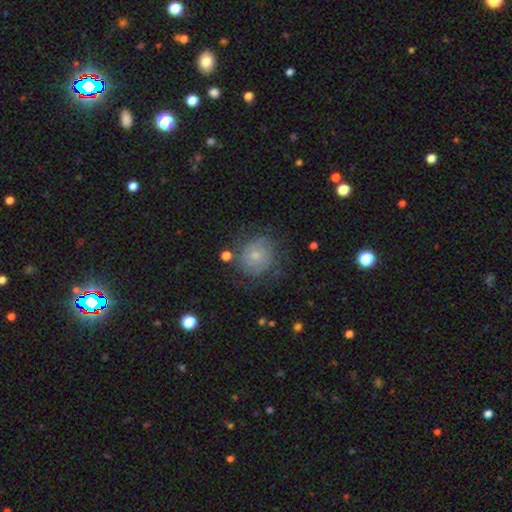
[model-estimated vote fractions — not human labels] smooth_or_featured: featured or disk (p=0.52) [alt: smooth p=0.38]
disk_edge_on: no (p=0.97) [alt: yes p=0.03]
bar: no (p=0.83) [alt: weak p=0.14]
has_spiral_arms: yes (p=0.76) [alt: no p=0.24]
bulge_size: small (p=0.64) [alt: moderate p=0.30]
merging: none (p=0.64) [alt: minor disturbance p=0.20]